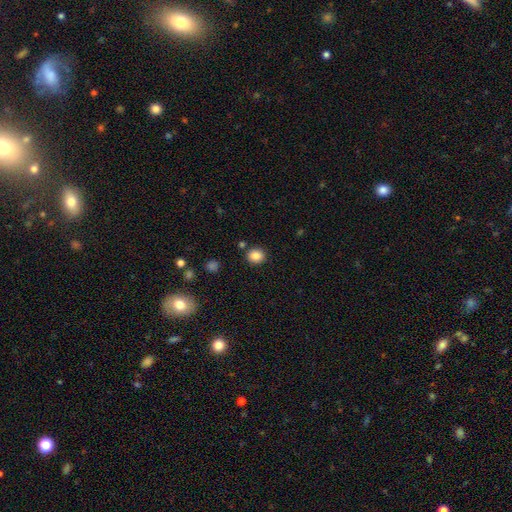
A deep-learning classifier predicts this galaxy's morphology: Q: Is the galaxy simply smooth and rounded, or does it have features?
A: smooth — 86%.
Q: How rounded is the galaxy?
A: round — 78%.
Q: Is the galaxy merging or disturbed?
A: none — 86%.